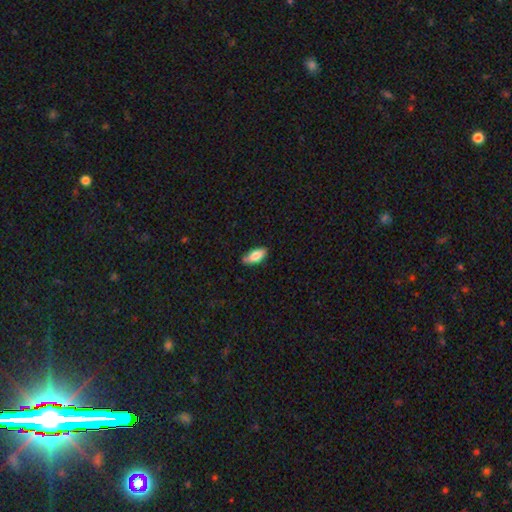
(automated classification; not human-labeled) A smooth galaxy with no disk features (81%) that is in between round and cigar-shaped (86%).

Vote fractions:
- Smooth or featured? smooth: 81% / featured or disk: 13% / star or artifact: 6%
- How rounded? in between: 86% / cigar-shaped: 11% / round: 2%
- Merging? none: 77% / minor disturbance: 19% / major disturbance: 3% / merger: 1%